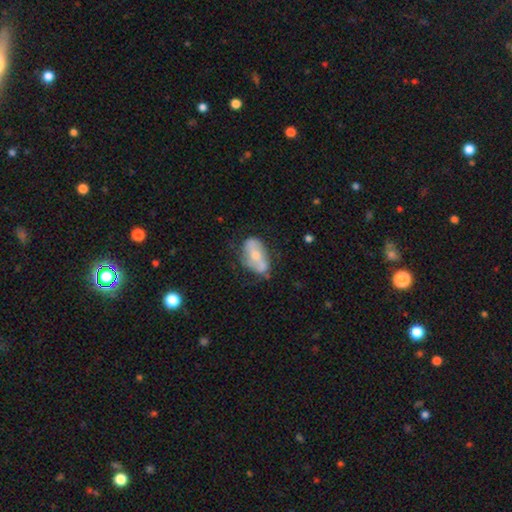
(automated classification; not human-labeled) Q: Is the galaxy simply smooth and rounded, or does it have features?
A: featured or disk — 52%.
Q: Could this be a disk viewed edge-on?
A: no — 92%.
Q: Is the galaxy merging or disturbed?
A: none — 55%.